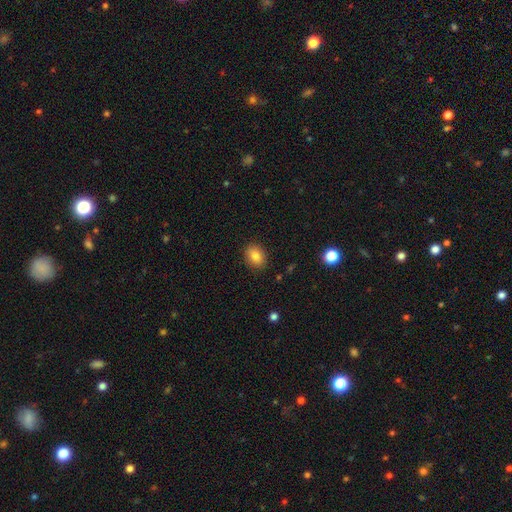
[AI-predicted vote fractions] This appears to be a smooth galaxy with no disk features (84%) that is in between round and cigar-shaped (63%). Merging: none (88%).